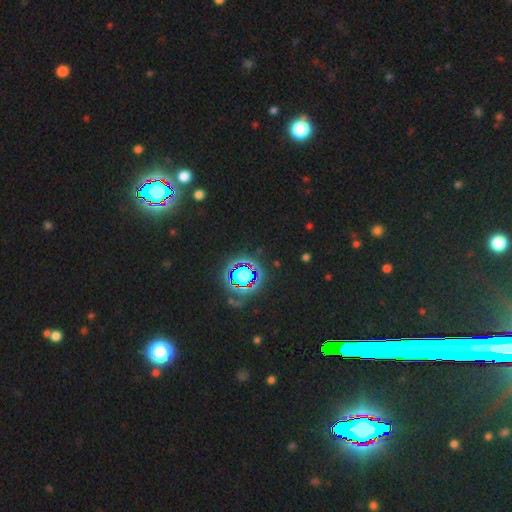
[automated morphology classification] This appears to be a star or artifact, not a galaxy (82%).